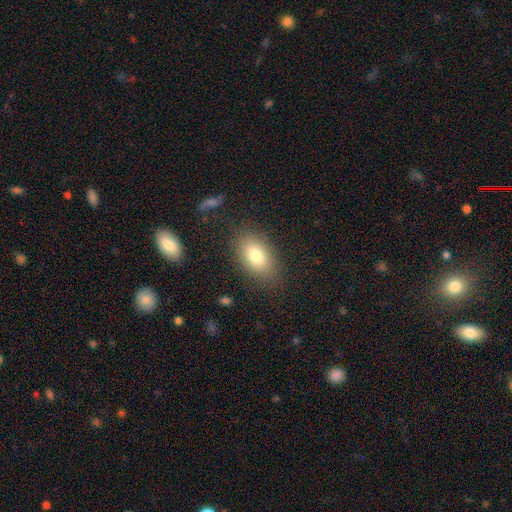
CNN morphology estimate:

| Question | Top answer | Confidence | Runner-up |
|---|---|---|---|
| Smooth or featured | smooth | 79% | featured or disk (12%) |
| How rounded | in between | 88% | round (10%) |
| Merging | none | 83% | minor disturbance (12%) |